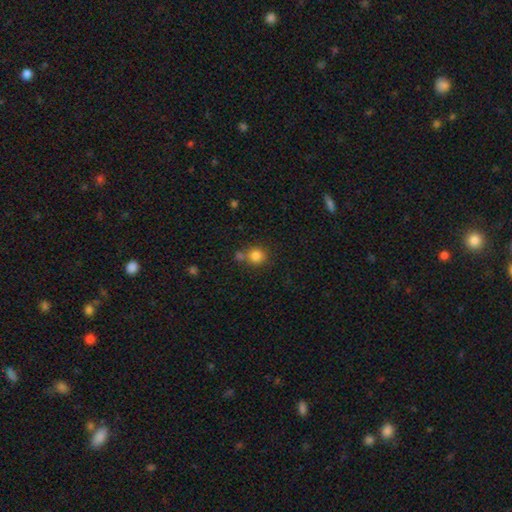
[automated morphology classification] Q: Smooth or featured?
A: smooth (82%); runner-up: star or artifact (12%)
Q: How rounded?
A: round (90%); runner-up: in between (9%)
Q: Merging?
A: none (65%); runner-up: merger (22%)